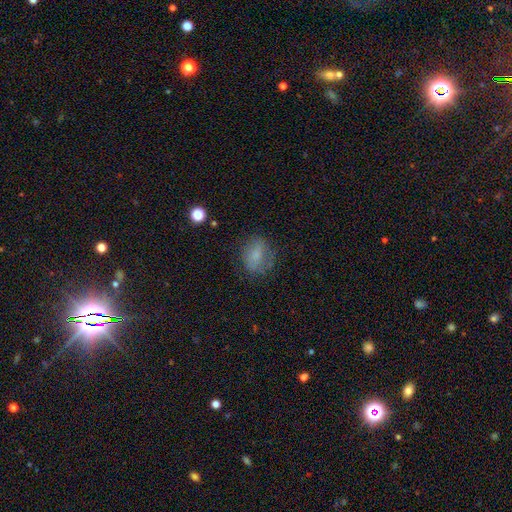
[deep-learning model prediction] Morphology: type=smooth (71%); roundness=in between (53%); merging=none (67%).